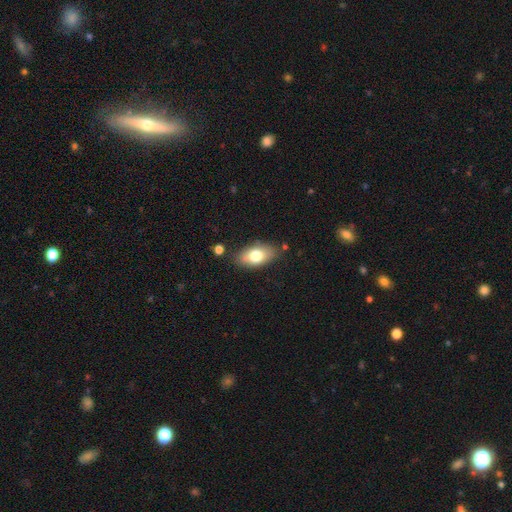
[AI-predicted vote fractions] This is likely a smooth galaxy (74%). How rounded: clearly in between (90%). Merging: likely none (80%).